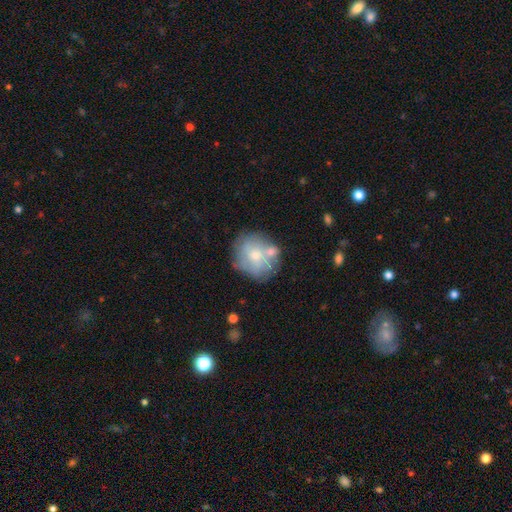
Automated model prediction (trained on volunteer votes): smooth 51%, featured or disk 41%, star or artifact 8%. Down the decision tree: how rounded — round (77%); merging — none (58%).